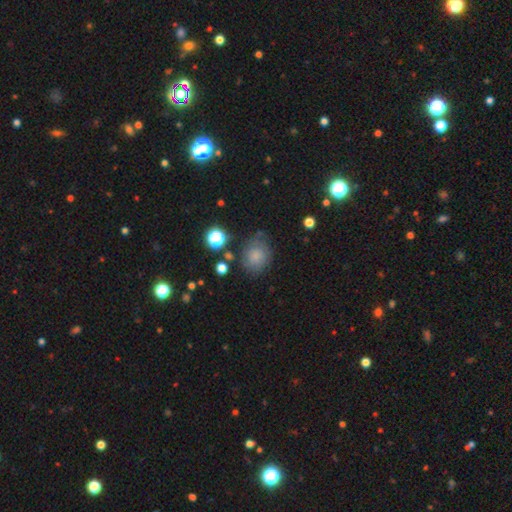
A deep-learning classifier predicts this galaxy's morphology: This is likely a smooth galaxy (70%). How rounded: likely round (65%). Merging: likely none (62%).